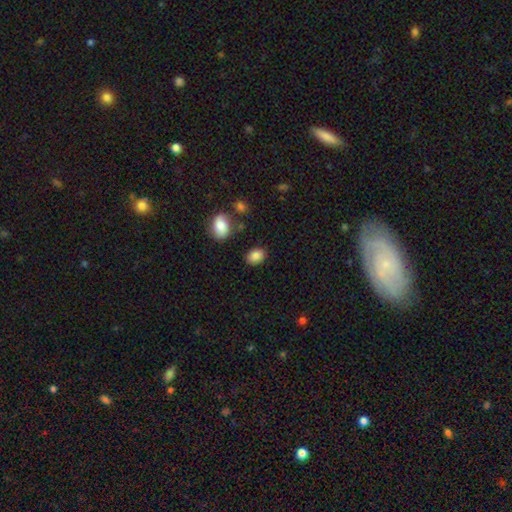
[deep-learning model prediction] smooth 87%, star or artifact 8%, featured or disk 5%. Down the decision tree: how rounded — in between (76%); merging — none (84%).